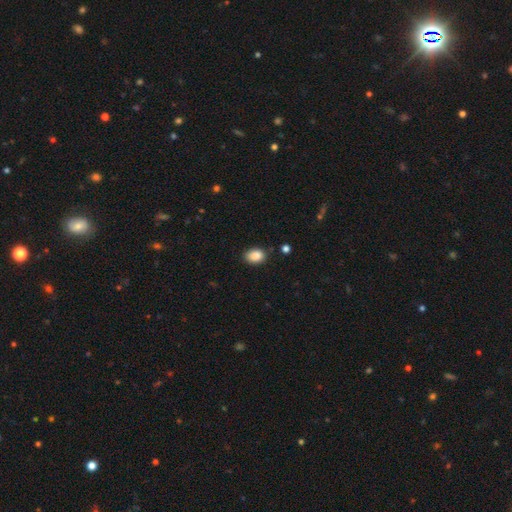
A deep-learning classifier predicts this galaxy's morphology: Q: Smooth or featured?
A: smooth (88%); runner-up: star or artifact (9%)
Q: How rounded?
A: in between (75%); runner-up: round (24%)
Q: Merging?
A: none (83%); runner-up: minor disturbance (13%)